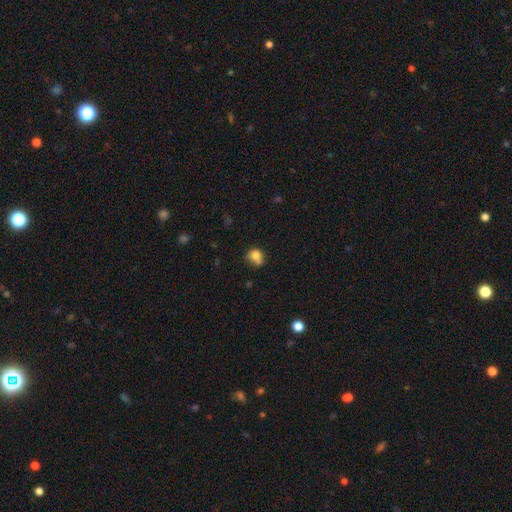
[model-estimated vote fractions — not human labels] Overall: smooth (77%). How rounded: round (73%). Merging: none (48%; merger 23%).